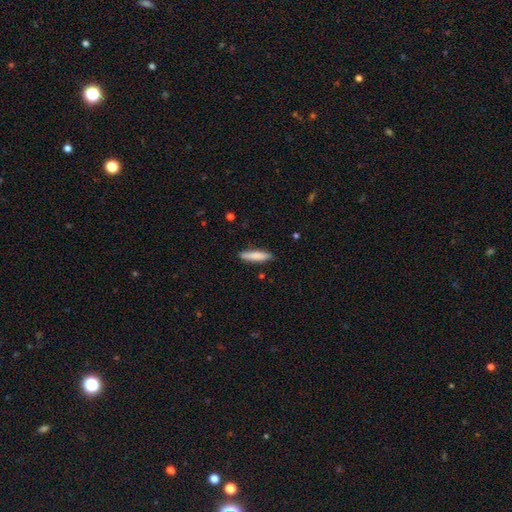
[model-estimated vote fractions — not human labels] This appears to be a smooth galaxy with no disk features (82%) that is cigar-shaped (83%). Merging: none (88%).